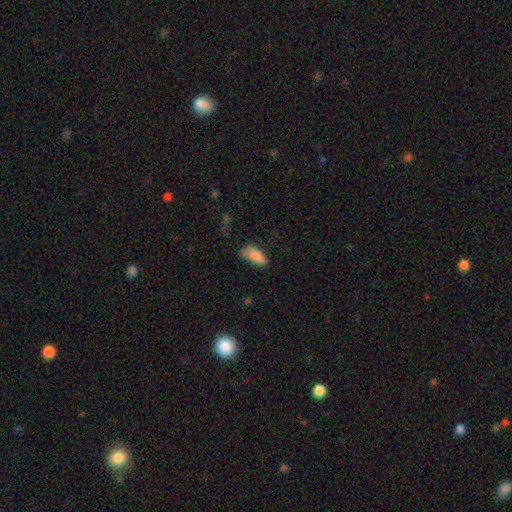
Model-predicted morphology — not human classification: smooth_or_featured: smooth (p=0.85) [alt: star or artifact p=0.08]
how_rounded: in between (p=0.83) [alt: cigar-shaped p=0.15]
merging: none (p=0.51) [alt: minor disturbance p=0.34]